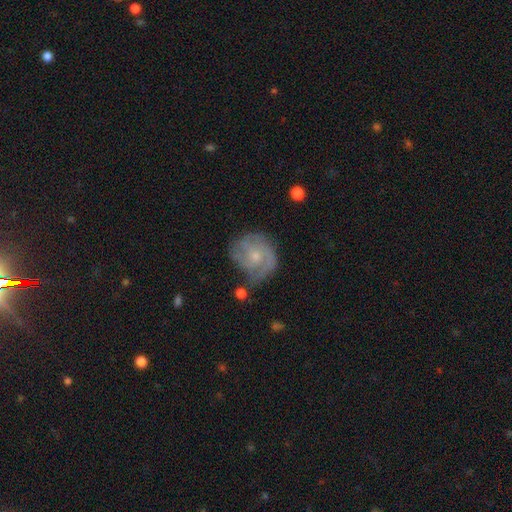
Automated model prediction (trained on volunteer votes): smooth-or-featured: featured or disk: 73% | smooth: 20% | star or artifact: 7%
  disk-edge-on: no: 98% | yes: 2%
    bar: no: 74% | weak: 23% | strong: 3%
    has-spiral-arms: yes: 89% | no: 11%
      spiral-winding: tight: 48% | medium: 38% | loose: 14%
      spiral-arm-count: 2: 29% | can't tell: 28% | 3: 26% | 1: 8% | 4: 6% | more than 4: 4%
    bulge-size: small: 64% | moderate: 31% | none: 3% | large: 1% | dominant: 1%
  merging: none: 59% | minor disturbance: 25% | major disturbance: 12% | merger: 4%